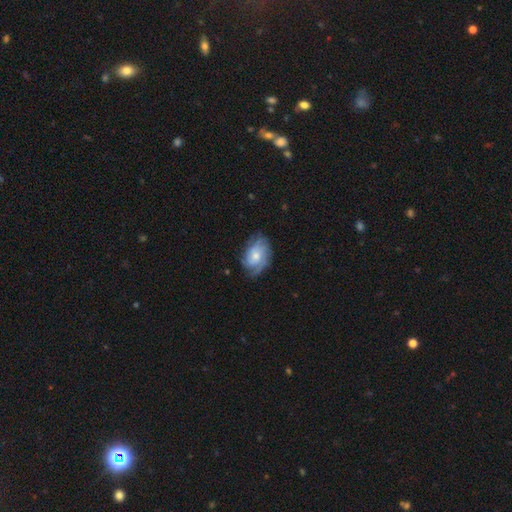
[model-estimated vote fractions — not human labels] featured or disk 70%, smooth 24%, star or artifact 6%. Down the decision tree: edge-on disk — no (96%); bar — no (76%); spiral arms — yes (91%); spiral arm count — can't tell (40%); spiral winding — tight (53%); bulge size — moderate (51%); merging — none (67%).